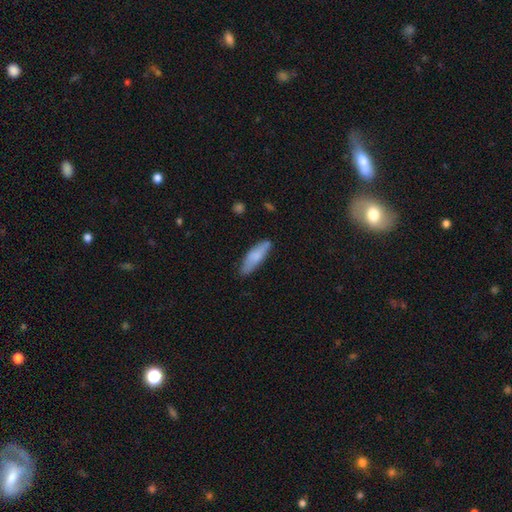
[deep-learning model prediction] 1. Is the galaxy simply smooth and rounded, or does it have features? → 76% smooth, 18% featured or disk, 6% star or artifact.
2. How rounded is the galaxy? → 56% cigar-shaped, 43% in between, 2% round.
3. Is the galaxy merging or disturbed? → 77% none, 18% minor disturbance, 3% major disturbance, 2% merger.